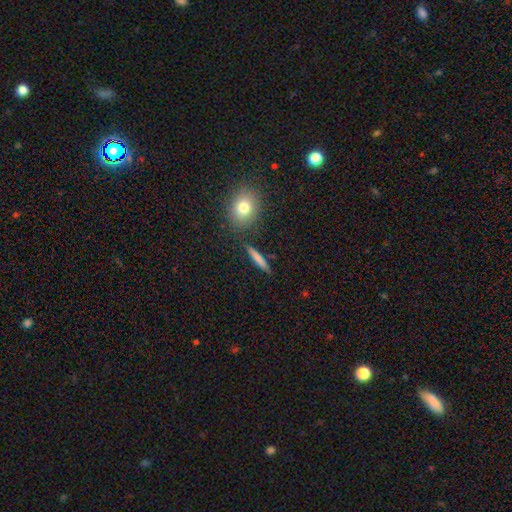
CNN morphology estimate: smooth_or_featured: smooth (p=0.69) [alt: featured or disk p=0.23]
how_rounded: cigar-shaped (p=0.84) [alt: in between p=0.10]
merging: none (p=0.87) [alt: minor disturbance p=0.07]